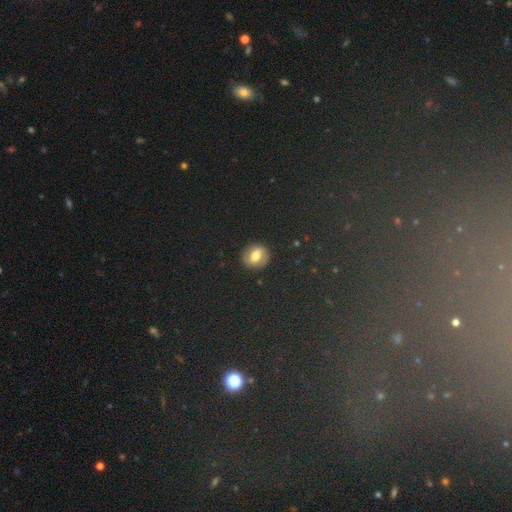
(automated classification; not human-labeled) Smooth or featured: smooth — 58% (featured or disk — 23%)
How rounded: round — 66% (in between — 32%)
Merging: none — 87% (minor disturbance — 9%)